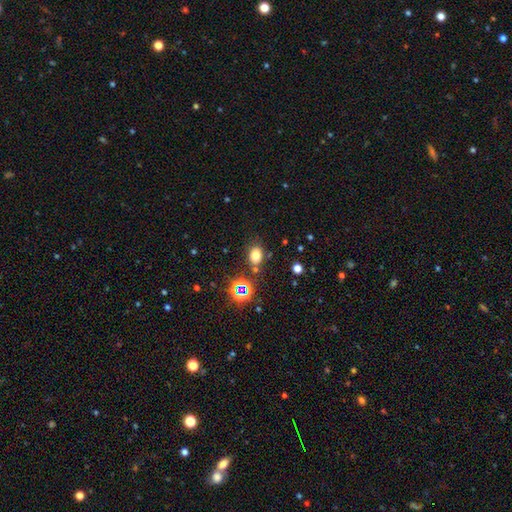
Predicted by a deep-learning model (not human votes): Morphology: type=smooth (70%); roundness=in between (62%); merging=none (76%).